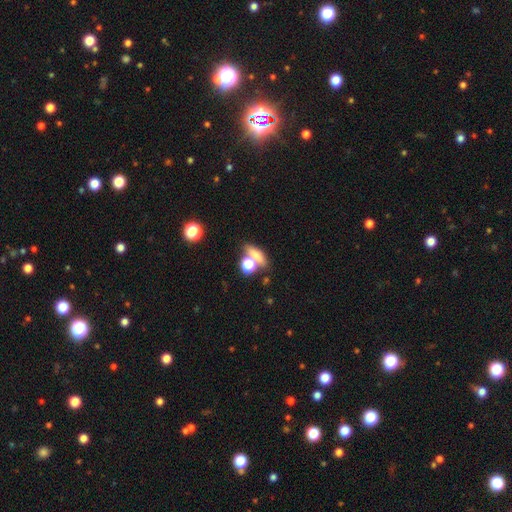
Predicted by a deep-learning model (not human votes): This appears to be a smooth galaxy with no disk features (70%) that is in between round and cigar-shaped (45%). Merging: none (53%).